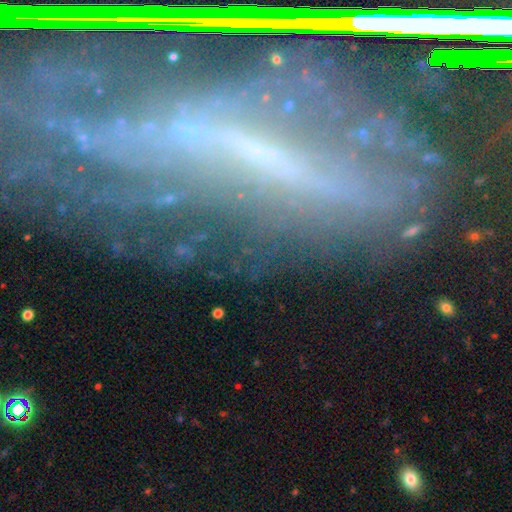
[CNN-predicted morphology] smooth-or-featured: featured or disk: 70% | star or artifact: 18% | smooth: 13%
  disk-edge-on: no: 67% | yes: 33%
  merging: none: 67% | minor disturbance: 17% | major disturbance: 12% | merger: 4%